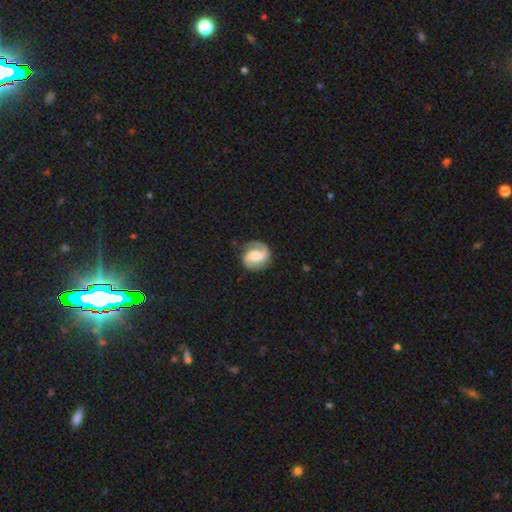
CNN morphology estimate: Q: Smooth or featured?
A: featured or disk (84%); runner-up: smooth (11%)
Q: Edge-on disk?
A: no (98%); runner-up: yes (2%)
Q: Bar?
A: weak (47%); runner-up: no (29%)
Q: Spiral arms?
A: yes (97%); runner-up: no (3%)
Q: Spiral winding?
A: medium (51%); runner-up: tight (29%)
Q: Spiral arm count?
A: 2 (89%); runner-up: 1 (6%)
Q: Bulge size?
A: moderate (52%); runner-up: small (28%)
Q: Merging?
A: none (82%); runner-up: minor disturbance (13%)